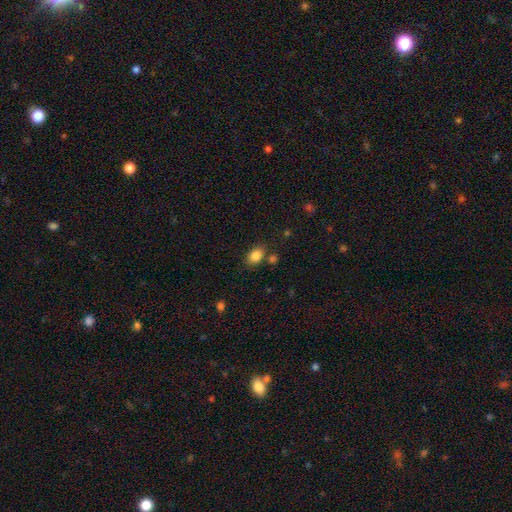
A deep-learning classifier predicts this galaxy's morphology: The model was most divided on "how rounded": in between: 78%, round: 20%, cigar-shaped: 1%. More confident: smooth or featured — smooth (85%); merging — none (72%).